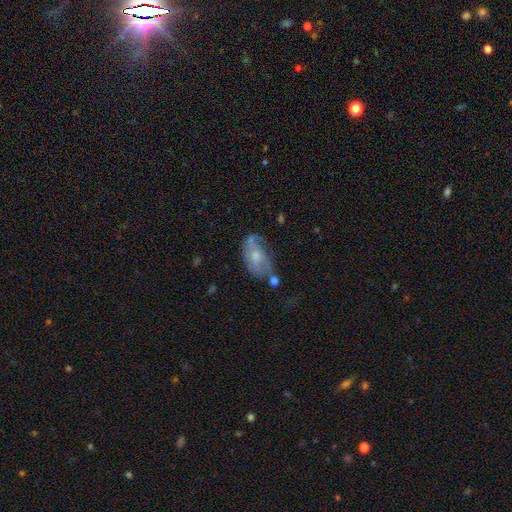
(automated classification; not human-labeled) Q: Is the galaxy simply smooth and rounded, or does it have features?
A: featured or disk — 55%.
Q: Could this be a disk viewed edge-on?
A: no — 93%.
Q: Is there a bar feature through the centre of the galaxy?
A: no — 70%.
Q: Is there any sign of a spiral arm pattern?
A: yes — 65%.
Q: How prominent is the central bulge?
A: moderate — 54%.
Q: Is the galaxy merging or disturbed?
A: none — 41%.